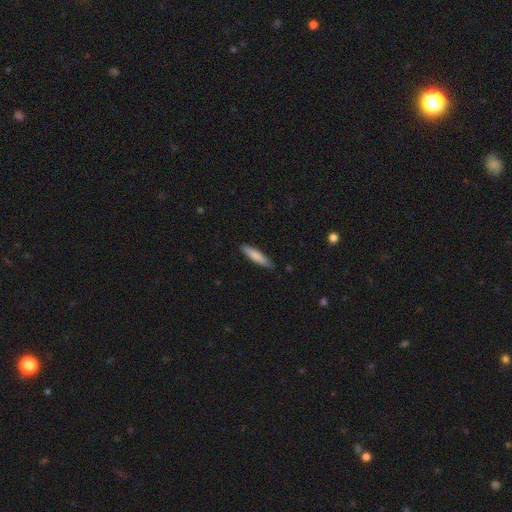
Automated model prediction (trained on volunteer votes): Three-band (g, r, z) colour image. It shows a smooth galaxy with no disk features (81%) that is cigar-shaped (84%). Merging: none (85%).